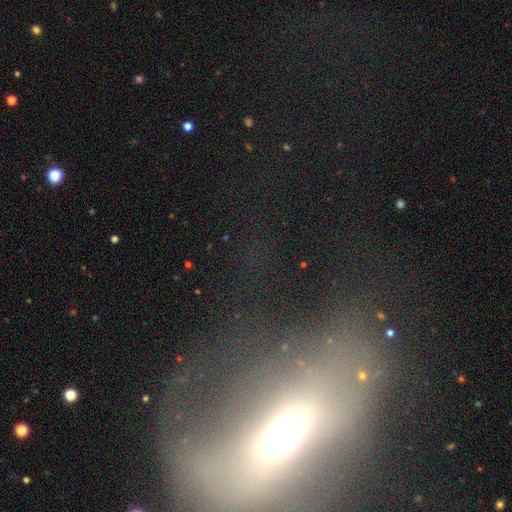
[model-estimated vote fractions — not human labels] This appears to be a featured or disk galaxy (41%). Merging: none (44%).